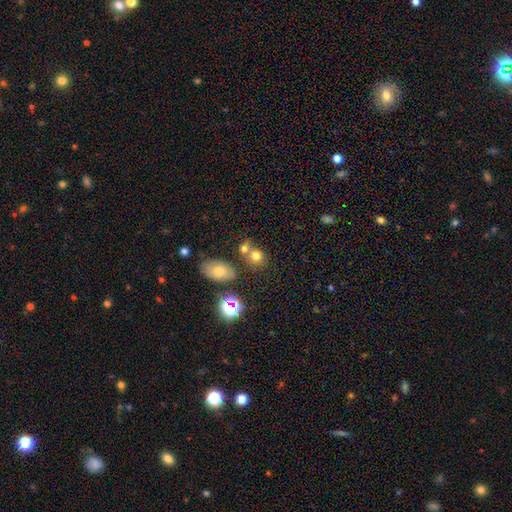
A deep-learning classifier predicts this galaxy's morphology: This appears to be a smooth galaxy with no disk features (74%) that is round (65%). Merging: none (54%).